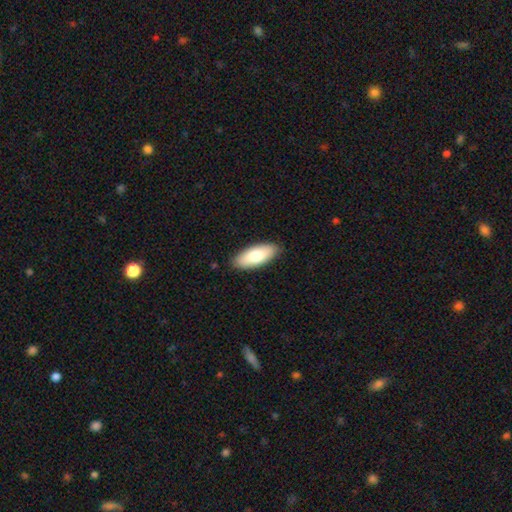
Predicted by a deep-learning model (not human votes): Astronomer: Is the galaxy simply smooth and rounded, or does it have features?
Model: smooth — 79%.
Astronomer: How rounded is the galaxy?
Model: in between — 83%.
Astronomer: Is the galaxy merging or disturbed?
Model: none — 88%.